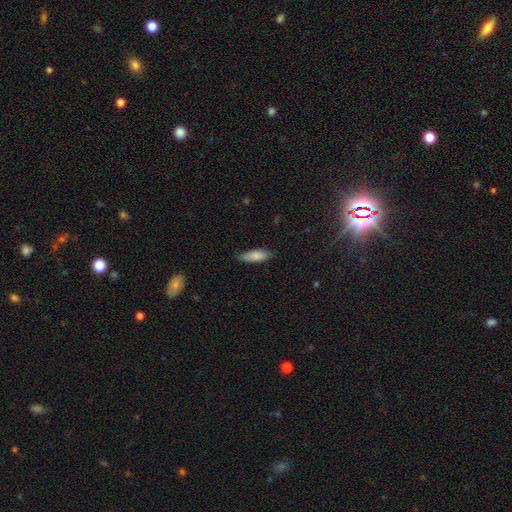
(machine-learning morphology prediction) Smooth or featured?
  - smooth: 83% *
  - featured or disk: 10%
  - star or artifact: 6%
How rounded?
  - in between: 64% *
  - cigar-shaped: 34%
  - round: 2%
Merging?
  - none: 77% *
  - minor disturbance: 19%
  - major disturbance: 3%
  - merger: 1%